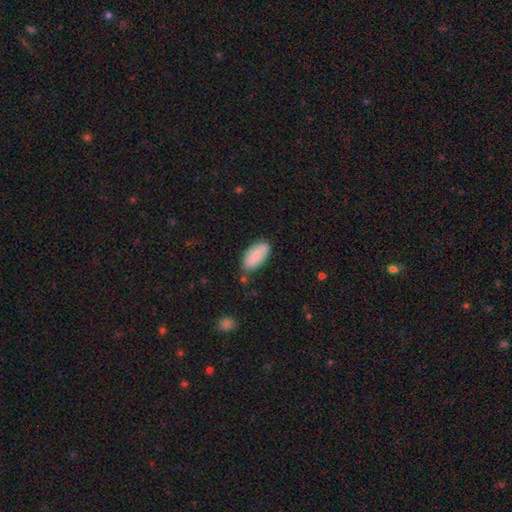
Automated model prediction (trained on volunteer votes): Smooth or featured? smooth (80%)
How rounded? in between (91%)
Merging? none (73%)